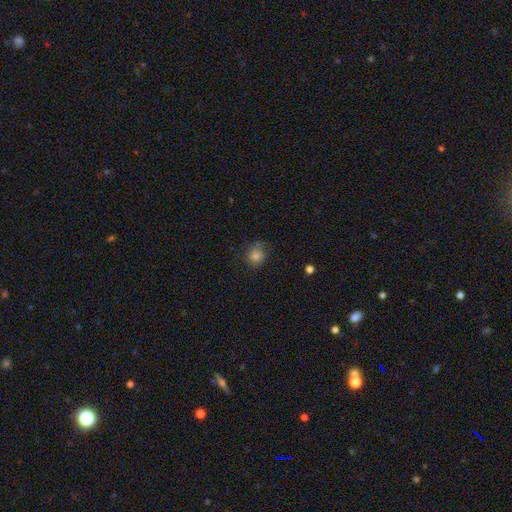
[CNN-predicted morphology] Smooth or featured?
  - smooth: 78% *
  - star or artifact: 12%
  - featured or disk: 10%
How rounded?
  - round: 84% *
  - in between: 15%
  - cigar-shaped: 1%
Merging?
  - none: 65% *
  - minor disturbance: 23%
  - major disturbance: 10%
  - merger: 2%